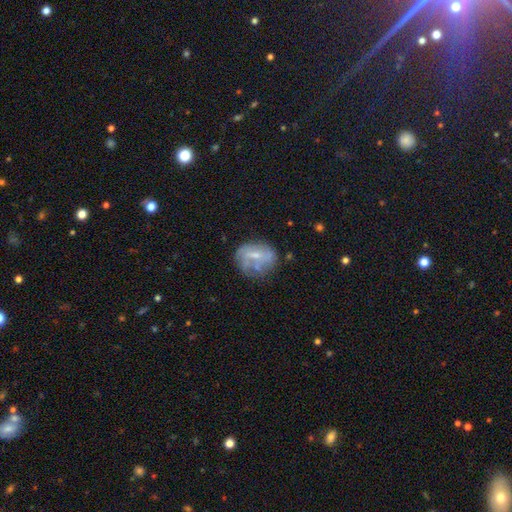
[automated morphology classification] featured or disk 55%, smooth 36%, star or artifact 10%. Down the decision tree: edge-on disk — no (97%); bar — no (54%); spiral arms — no (58%); bulge size — small (58%); merging — none (51%).